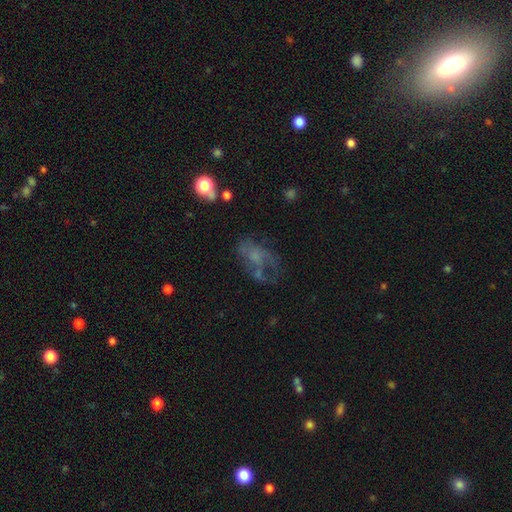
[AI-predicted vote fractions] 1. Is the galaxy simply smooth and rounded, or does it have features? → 48% featured or disk, 35% smooth, 17% star or artifact.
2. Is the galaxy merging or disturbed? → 37% none, 34% major disturbance, 21% minor disturbance, 7% merger.